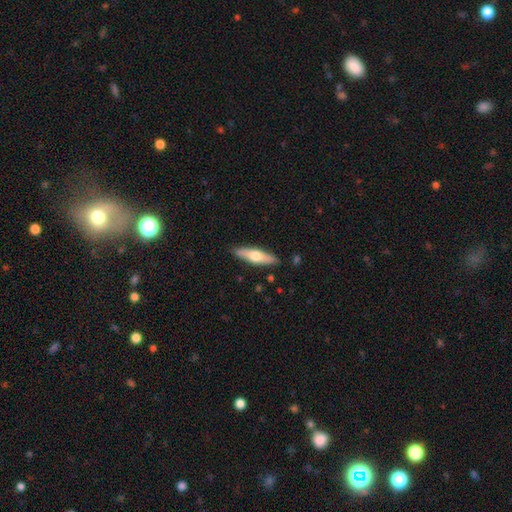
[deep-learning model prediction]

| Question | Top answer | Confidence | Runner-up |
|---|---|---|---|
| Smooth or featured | smooth | 54% | featured or disk (41%) |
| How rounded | cigar-shaped | 66% | in between (32%) |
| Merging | none | 88% | minor disturbance (9%) |